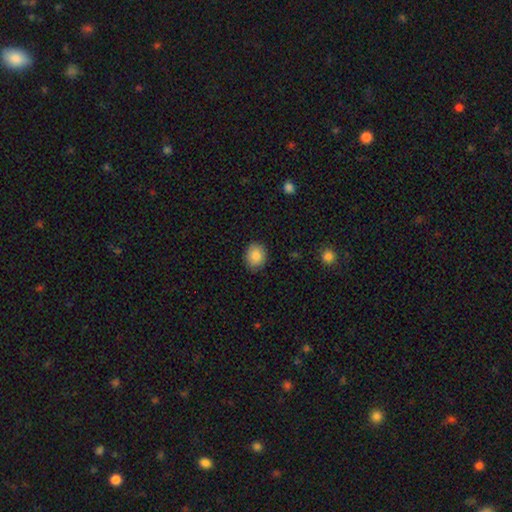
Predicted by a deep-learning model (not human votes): Smooth or featured: smooth — 85% (star or artifact — 8%)
How rounded: round — 65% (in between — 34%)
Merging: none — 87% (minor disturbance — 10%)